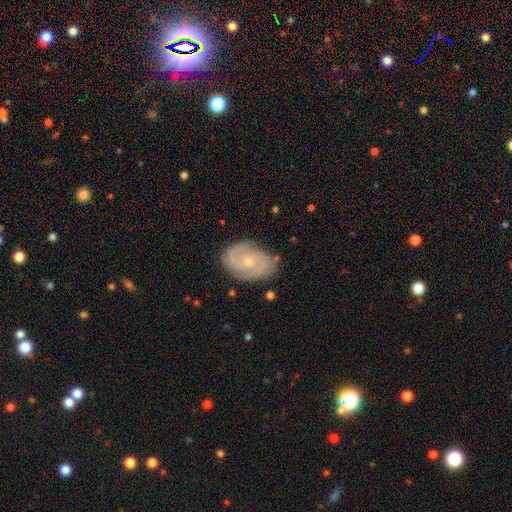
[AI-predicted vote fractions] Smooth or featured?
  - featured or disk: 69% *
  - smooth: 18%
  - star or artifact: 12%
Edge-on disk?
  - no: 96% *
  - yes: 4%
Bar?
  - no: 64% *
  - weak: 29%
  - strong: 6%
Spiral arms?
  - yes: 88% *
  - no: 12%
Spiral winding?
  - tight: 59% *
  - medium: 32%
  - loose: 9%
Spiral arm count?
  - 2: 55% *
  - can't tell: 25%
  - 3: 10%
  - 1: 4%
  - 4: 3%
  - more than 4: 3%
Bulge size?
  - small: 63% *
  - moderate: 33%
  - none: 2%
  - large: 1%
  - dominant: 1%
Merging?
  - none: 80% *
  - minor disturbance: 15%
  - major disturbance: 4%
  - merger: 1%